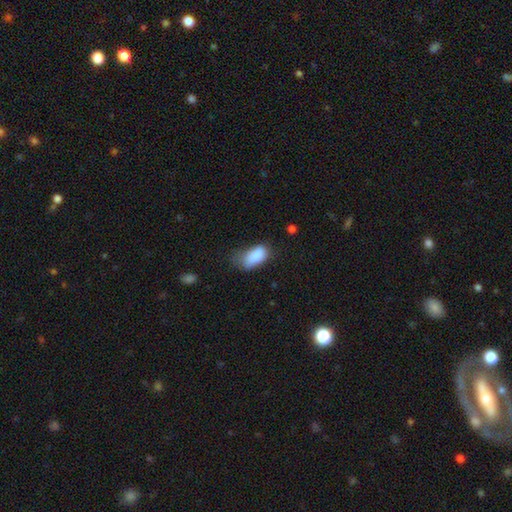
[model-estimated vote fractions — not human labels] Smooth or featured? smooth (85%)
How rounded? in between (92%)
Merging? minor disturbance (40%)